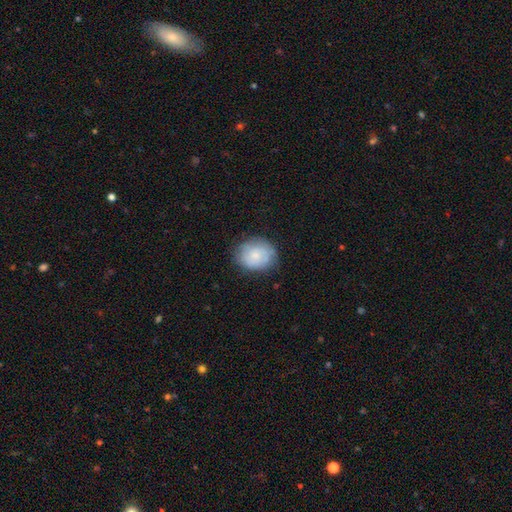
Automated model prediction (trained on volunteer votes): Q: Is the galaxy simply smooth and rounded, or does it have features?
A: smooth — 63%.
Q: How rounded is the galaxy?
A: round — 59%.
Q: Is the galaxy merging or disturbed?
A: none — 74%.